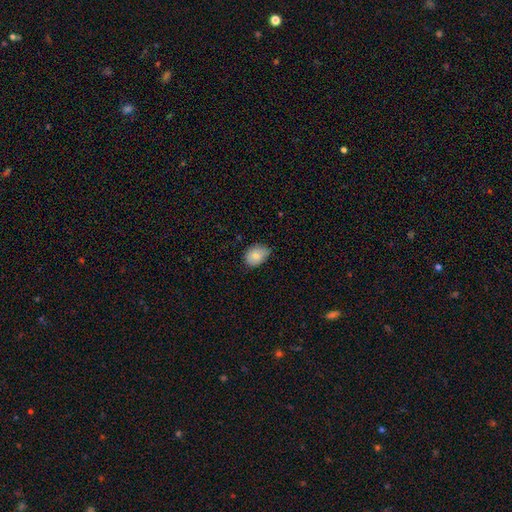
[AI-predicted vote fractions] A smooth galaxy with no disk features (82%) that is in between round and cigar-shaped (67%).

Vote fractions:
- Smooth or featured? smooth: 82% / featured or disk: 10% / star or artifact: 8%
- How rounded? in between: 67% / round: 32% / cigar-shaped: 1%
- Merging? none: 61% / minor disturbance: 33% / major disturbance: 5% / merger: 1%